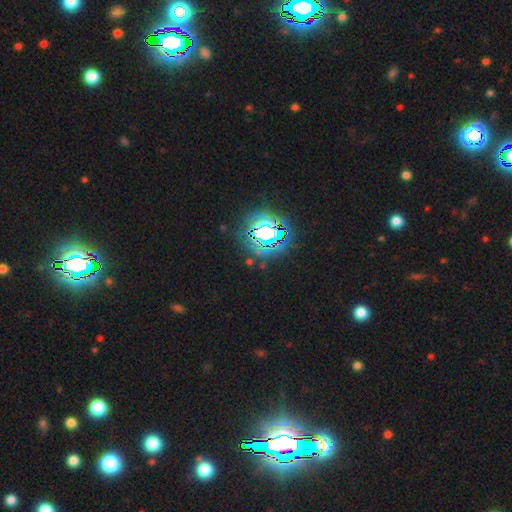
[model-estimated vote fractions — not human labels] A star or artifact, not a galaxy (81%).